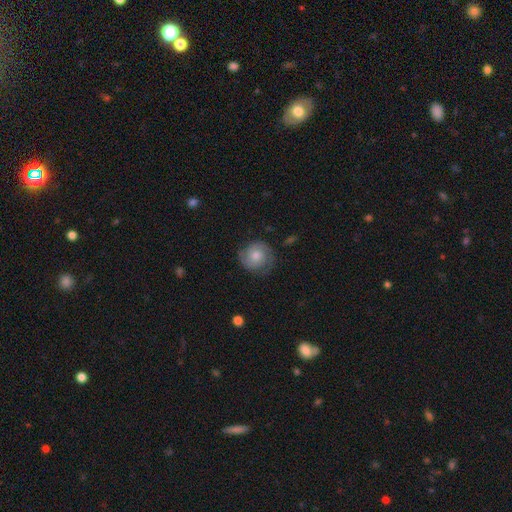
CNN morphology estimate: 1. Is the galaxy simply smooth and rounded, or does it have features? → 51% featured or disk, 41% smooth, 8% star or artifact.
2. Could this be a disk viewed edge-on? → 98% no, 2% yes.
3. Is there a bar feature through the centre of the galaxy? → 77% no, 20% weak, 3% strong.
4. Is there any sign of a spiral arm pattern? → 87% yes, 13% no.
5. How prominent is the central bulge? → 55% moderate, 33% small, 7% large, 4% none, 2% dominant.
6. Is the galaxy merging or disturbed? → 72% none, 19% minor disturbance, 8% major disturbance, 1% merger.